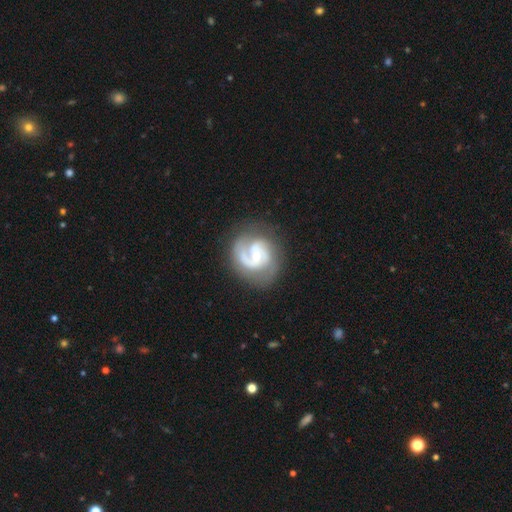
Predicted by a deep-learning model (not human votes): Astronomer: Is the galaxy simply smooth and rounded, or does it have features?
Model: featured or disk — 85%.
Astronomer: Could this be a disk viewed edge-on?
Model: no — 98%.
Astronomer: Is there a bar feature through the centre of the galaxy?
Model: no — 54% (runner-up: weak, 38%).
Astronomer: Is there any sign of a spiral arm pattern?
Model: yes — 96%.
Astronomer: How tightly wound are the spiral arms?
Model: medium — 50% (runner-up: tight, 33%).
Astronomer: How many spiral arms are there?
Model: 2 — 60%.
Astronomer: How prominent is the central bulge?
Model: moderate — 48% (runner-up: small, 45%).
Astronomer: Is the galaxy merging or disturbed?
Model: none — 67%.